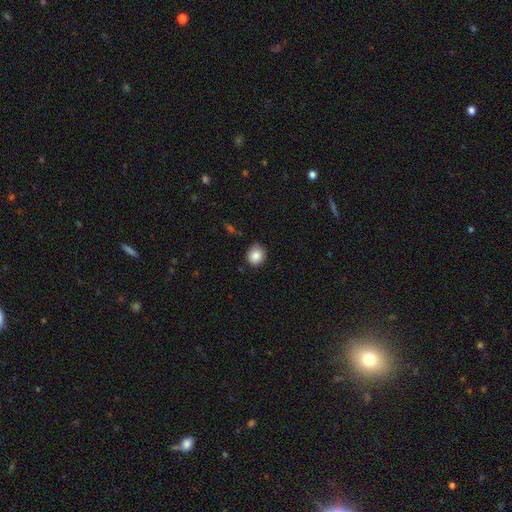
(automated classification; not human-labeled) This is clearly a smooth galaxy (86%). How rounded: clearly round (83%). Merging: clearly none (81%).